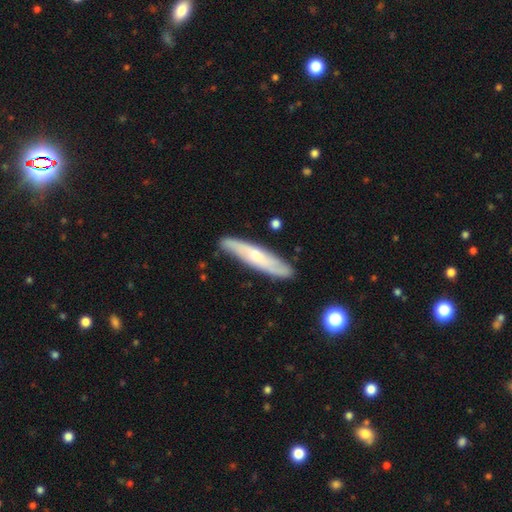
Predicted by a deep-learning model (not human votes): A featured or disk galaxy (52%) viewed edge-on (60%). Merging: none (83%).